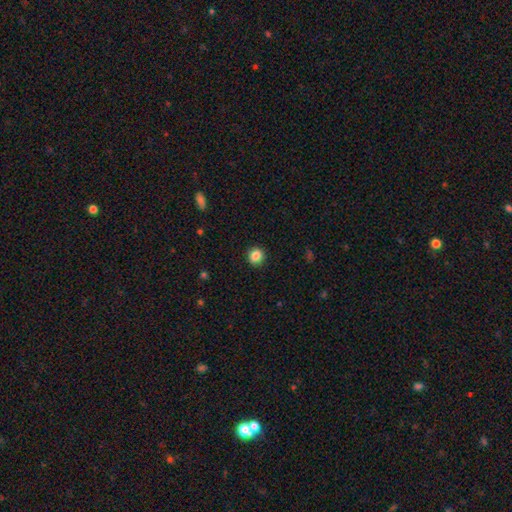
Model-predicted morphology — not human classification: type=smooth (85%); roundness=round (91%); merging=none (92%).